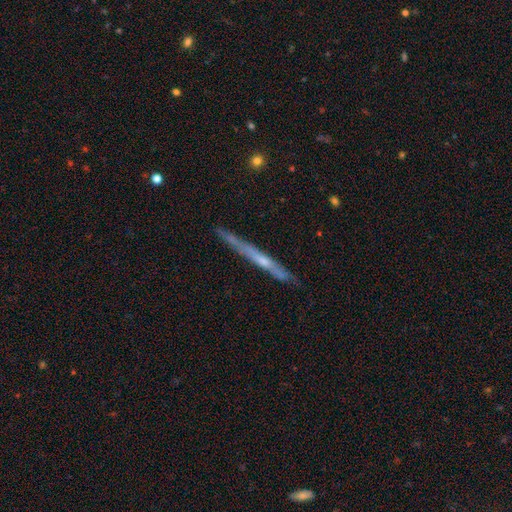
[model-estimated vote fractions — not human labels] Smooth or featured? featured or disk (67%)
Edge-on disk? yes (97%)
Edge-on bulge? none (56%)
Merging? none (85%)